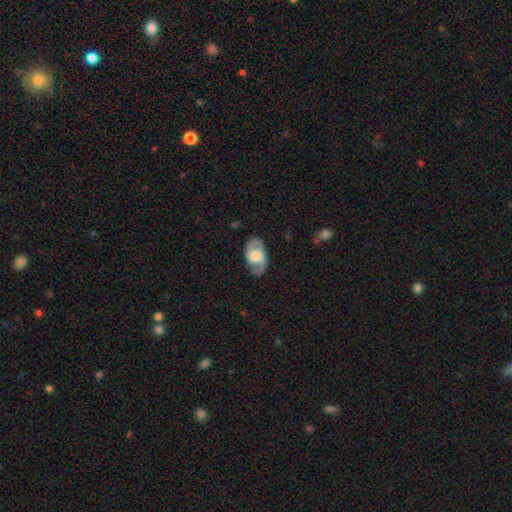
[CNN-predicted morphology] This is likely a featured or disk galaxy (78%). It is clearly not viewed edge-on (96%). Bar: possibly no (49%). Spiral arm pattern: clearly yes (91%). Spiral arm count: clearly 2 (89%). Spiral winding: possibly medium (54%). Central bulge: marginally large (37%). Merging: likely none (78%).